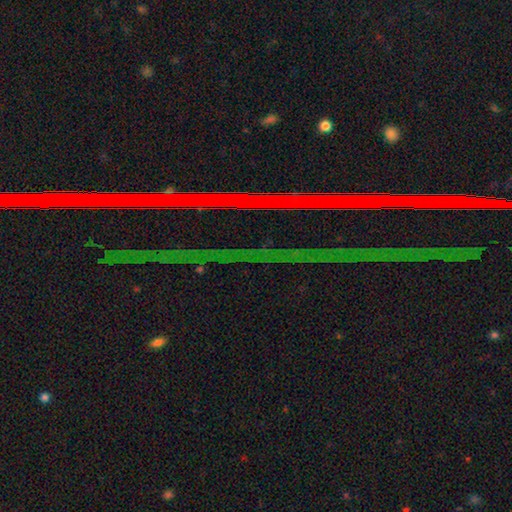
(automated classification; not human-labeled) Smooth or featured? star or artifact (84%)